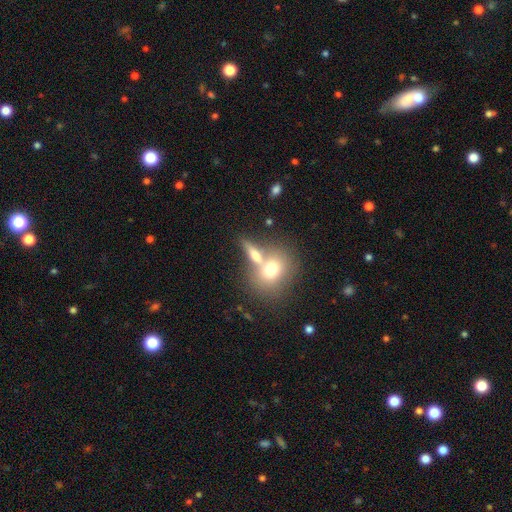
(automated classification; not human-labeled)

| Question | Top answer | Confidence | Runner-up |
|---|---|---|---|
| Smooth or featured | smooth | 66% | featured or disk (25%) |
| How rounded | round | 46% | in between (43%) |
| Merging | merger | 48% | none (38%) |